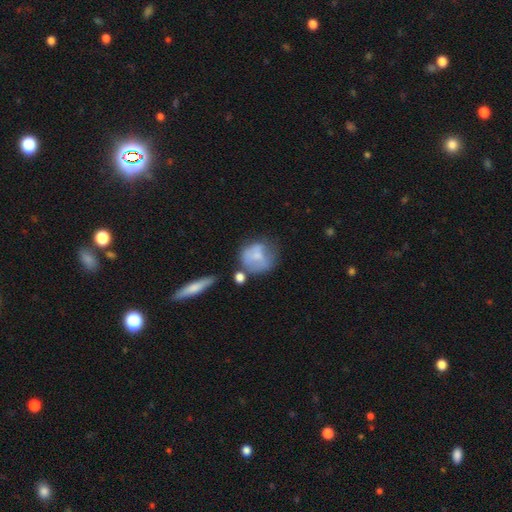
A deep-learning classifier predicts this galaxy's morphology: Smooth or featured?
  - smooth: 64% *
  - featured or disk: 28%
  - star or artifact: 9%
How rounded?
  - round: 77% *
  - in between: 21%
  - cigar-shaped: 1%
Merging?
  - none: 40% *
  - minor disturbance: 27%
  - major disturbance: 21%
  - merger: 12%